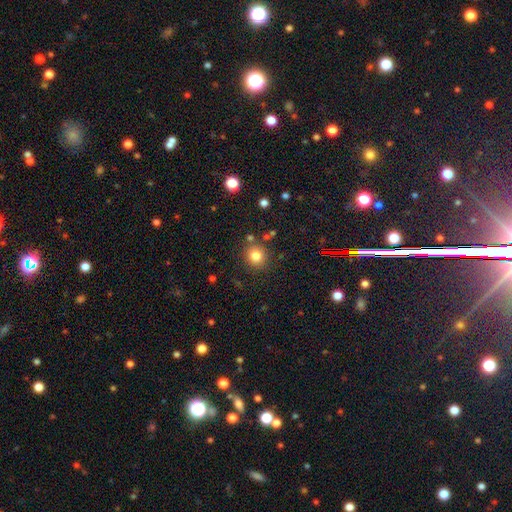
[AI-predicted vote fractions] Smooth or featured? smooth (82%)
How rounded? round (88%)
Merging? none (82%)